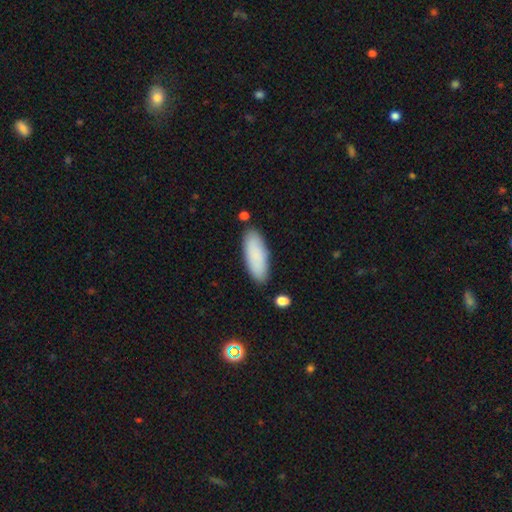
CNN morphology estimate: Smooth or featured?
  - smooth: 86% *
  - featured or disk: 7%
  - star or artifact: 6%
How rounded?
  - in between: 66% *
  - cigar-shaped: 32%
  - round: 2%
Merging?
  - none: 84% *
  - minor disturbance: 11%
  - merger: 3%
  - major disturbance: 2%